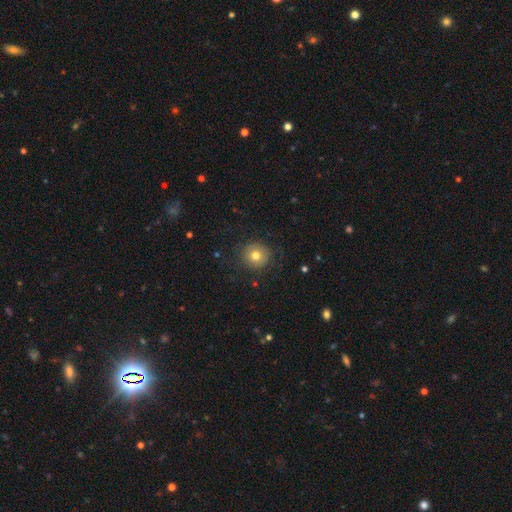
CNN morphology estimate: smooth-or-featured: smooth: 73% | featured or disk: 15% | star or artifact: 12%
  how-rounded: round: 91% | in between: 8% | cigar-shaped: 1%
  merging: none: 81% | minor disturbance: 12% | major disturbance: 6% | merger: 1%